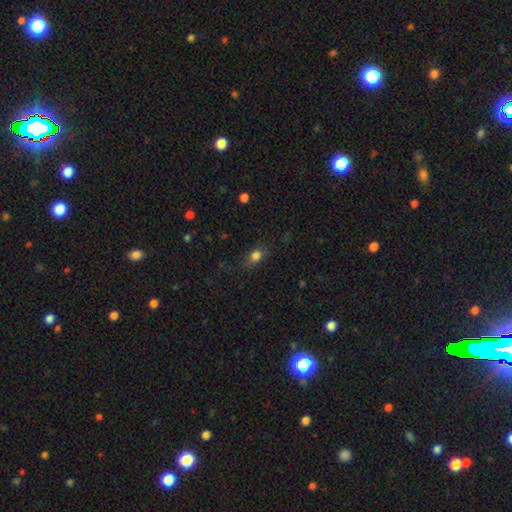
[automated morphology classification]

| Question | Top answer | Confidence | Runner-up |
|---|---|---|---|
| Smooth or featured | smooth | 80% | star or artifact (12%) |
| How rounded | in between | 59% | round (37%) |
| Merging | none | 73% | minor disturbance (19%) |